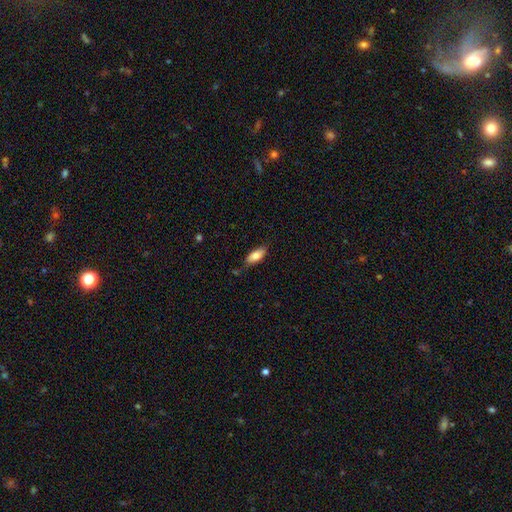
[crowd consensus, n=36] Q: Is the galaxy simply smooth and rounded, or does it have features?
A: smooth — 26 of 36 (72%).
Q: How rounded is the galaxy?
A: in between — 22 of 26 (85%).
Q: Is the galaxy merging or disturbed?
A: none — 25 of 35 (71%).